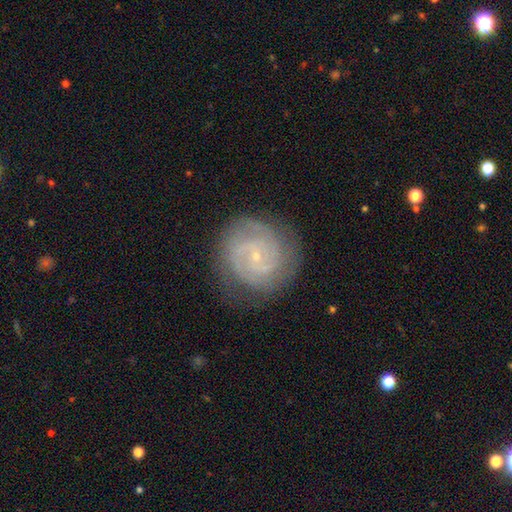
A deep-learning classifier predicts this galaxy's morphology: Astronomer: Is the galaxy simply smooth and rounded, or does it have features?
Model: featured or disk — 85%.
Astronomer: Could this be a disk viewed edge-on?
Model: no — 98%.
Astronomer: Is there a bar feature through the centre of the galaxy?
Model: no — 60%.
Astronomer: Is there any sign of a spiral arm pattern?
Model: yes — 97%.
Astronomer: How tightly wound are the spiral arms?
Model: tight — 64%.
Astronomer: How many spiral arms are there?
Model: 2 — 52%.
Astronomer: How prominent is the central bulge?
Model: small — 87%.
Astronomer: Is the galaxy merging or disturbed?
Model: none — 82%.